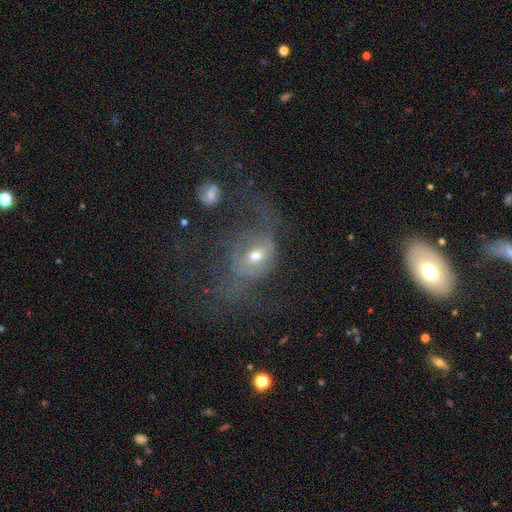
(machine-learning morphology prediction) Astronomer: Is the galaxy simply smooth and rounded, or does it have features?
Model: featured or disk — 51% (runner-up: smooth, 35%).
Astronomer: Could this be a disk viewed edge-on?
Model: no — 92%.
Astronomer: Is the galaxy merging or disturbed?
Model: major disturbance — 54%.